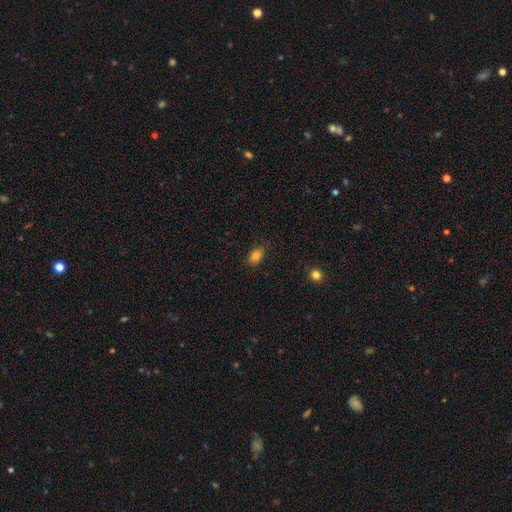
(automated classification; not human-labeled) smooth 84%, star or artifact 11%, featured or disk 5%. Down the decision tree: how rounded — in between (82%); merging — none (81%).